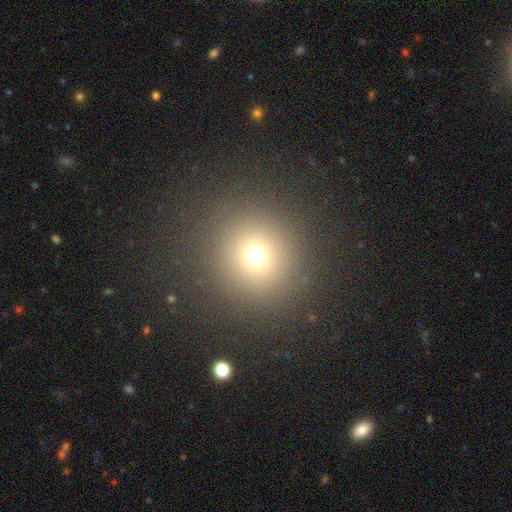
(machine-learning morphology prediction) This is likely a smooth galaxy (69%). How rounded: clearly round (93%). Merging: clearly none (90%).